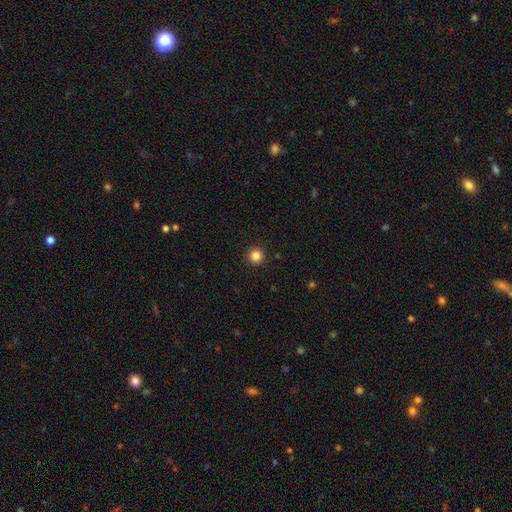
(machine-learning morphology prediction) smooth-or-featured: smooth: 84% | star or artifact: 12% | featured or disk: 4%
  how-rounded: round: 96% | in between: 3% | cigar-shaped: 1%
  merging: none: 93% | minor disturbance: 5% | major disturbance: 2% | merger: 1%